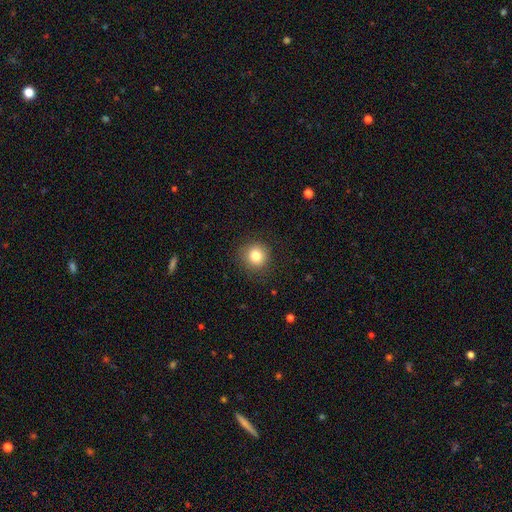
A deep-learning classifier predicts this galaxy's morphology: Smooth or featured? smooth (82%)
How rounded? round (92%)
Merging? none (89%)